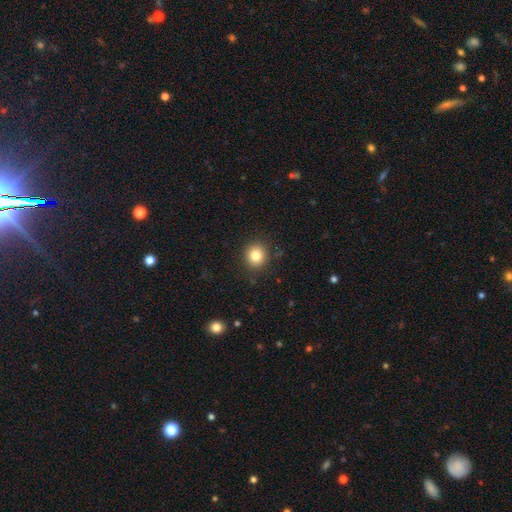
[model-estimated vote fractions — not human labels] Overall: smooth (83%). How rounded: round (87%). Merging: none (90%).